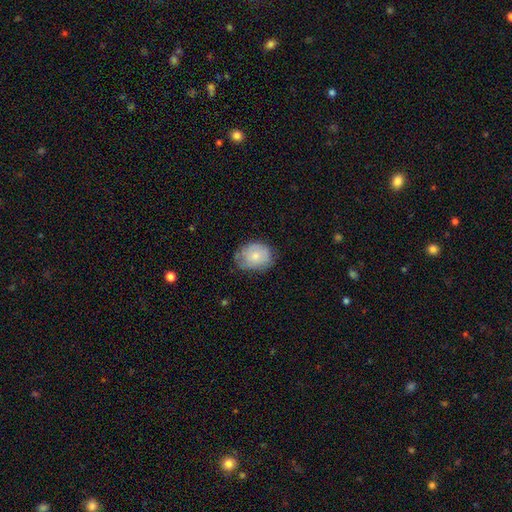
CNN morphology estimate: This appears to be a smooth galaxy with no disk features (66%) that is in between round and cigar-shaped (54%). Merging: none (60%).